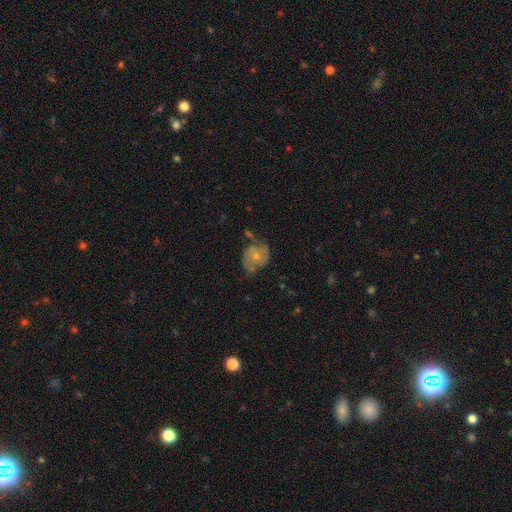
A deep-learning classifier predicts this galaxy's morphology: smooth-or-featured: featured or disk: 50% | smooth: 42% | star or artifact: 7%
  disk-edge-on: no: 97% | yes: 3%
  merging: none: 46% | minor disturbance: 30% | major disturbance: 15% | merger: 9%